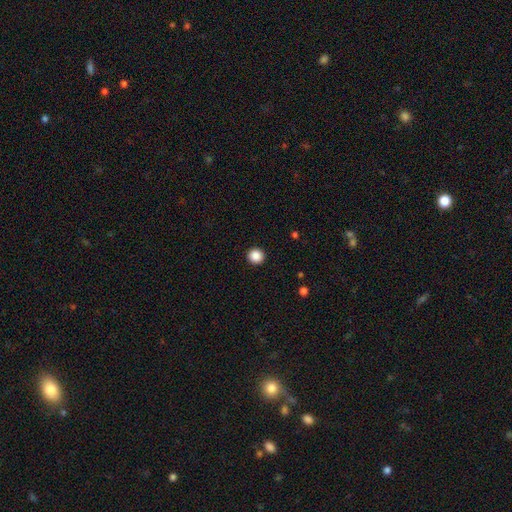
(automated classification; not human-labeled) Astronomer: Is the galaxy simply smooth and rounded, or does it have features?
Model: smooth — 87%.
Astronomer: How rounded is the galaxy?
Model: round — 94%.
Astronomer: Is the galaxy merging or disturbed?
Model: none — 93%.